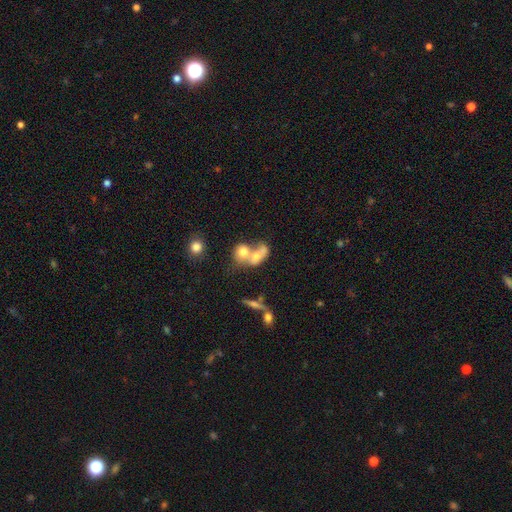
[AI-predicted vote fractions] The model was most divided on "how rounded": in between: 53%, round: 43%, cigar-shaped: 4%. More confident: merging — merger (67%); smooth or featured — smooth (55%).